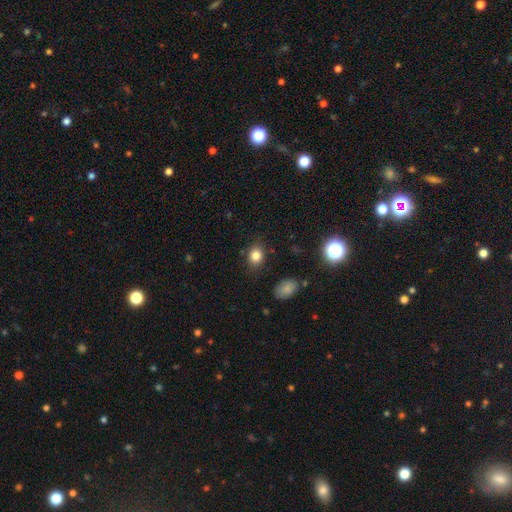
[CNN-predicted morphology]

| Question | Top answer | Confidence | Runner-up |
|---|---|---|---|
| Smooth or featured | smooth | 81% | star or artifact (12%) |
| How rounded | in between | 52% | round (47%) |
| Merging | none | 84% | minor disturbance (11%) |